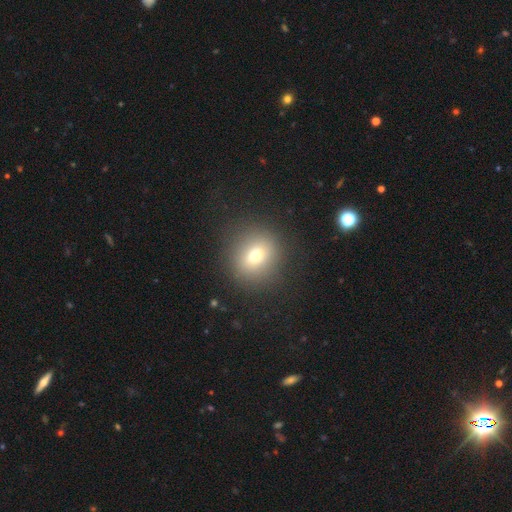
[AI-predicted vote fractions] smooth 71%, star or artifact 15%, featured or disk 15%. Down the decision tree: how rounded — round (83%); merging — none (87%).